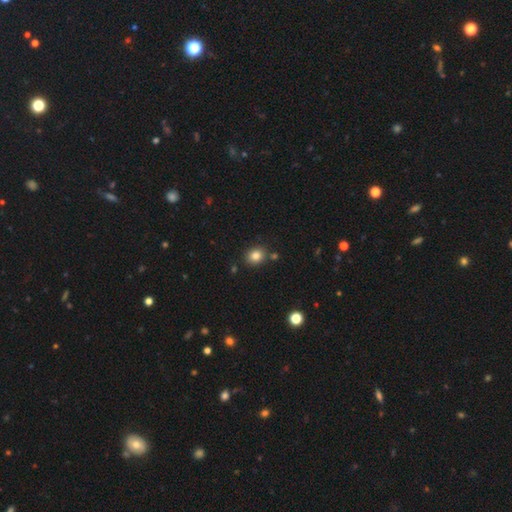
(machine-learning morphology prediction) Smooth or featured? Predicted: smooth (p=0.83). How rounded? Predicted: round (p=0.65). Merging? Predicted: none (p=0.81).